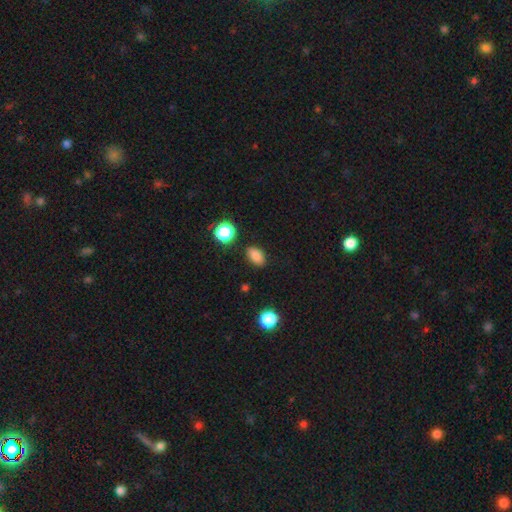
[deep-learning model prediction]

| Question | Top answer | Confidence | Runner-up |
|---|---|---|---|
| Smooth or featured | smooth | 85% | star or artifact (11%) |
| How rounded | in between | 84% | round (13%) |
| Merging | none | 86% | minor disturbance (10%) |